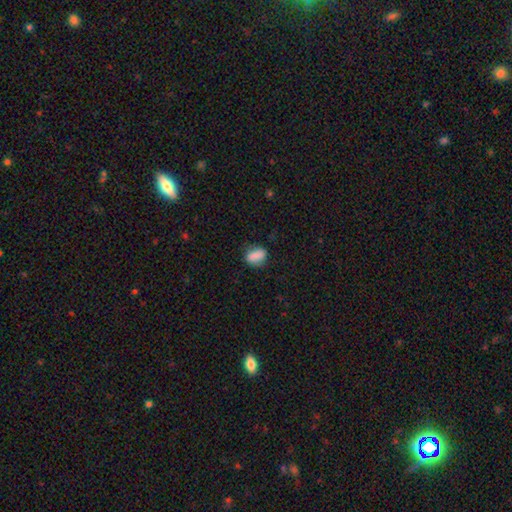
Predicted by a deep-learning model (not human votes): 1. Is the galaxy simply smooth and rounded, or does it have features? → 83% smooth, 9% star or artifact, 8% featured or disk.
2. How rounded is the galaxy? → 77% in between, 17% round, 5% cigar-shaped.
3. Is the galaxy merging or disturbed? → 70% none, 22% minor disturbance, 6% major disturbance, 3% merger.